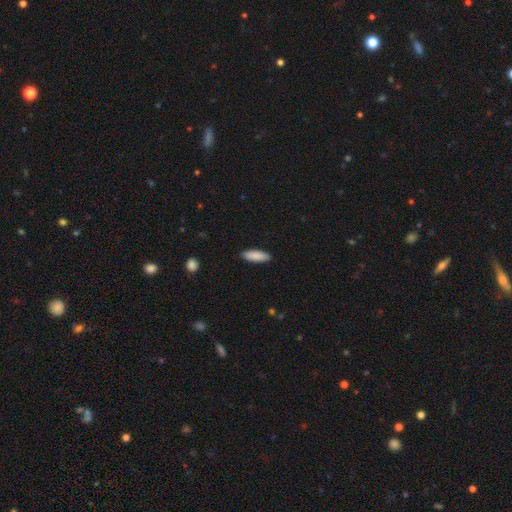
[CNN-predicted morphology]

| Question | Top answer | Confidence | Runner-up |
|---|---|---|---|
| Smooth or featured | smooth | 89% | featured or disk (6%) |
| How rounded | in between | 56% | cigar-shaped (42%) |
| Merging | none | 89% | minor disturbance (8%) |